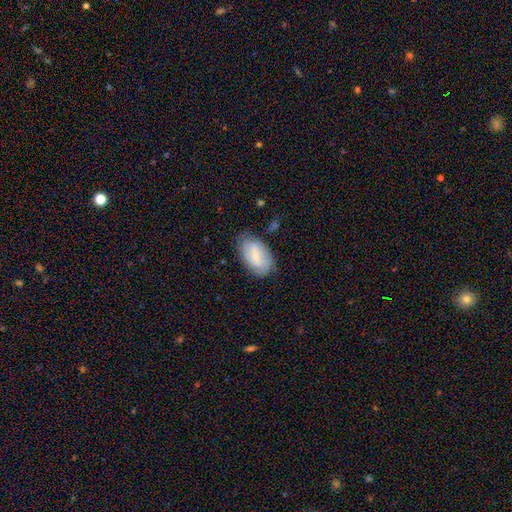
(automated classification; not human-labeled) Overall: smooth (57%; featured or disk 36%). How rounded: in between (93%). Merging: none (73%).